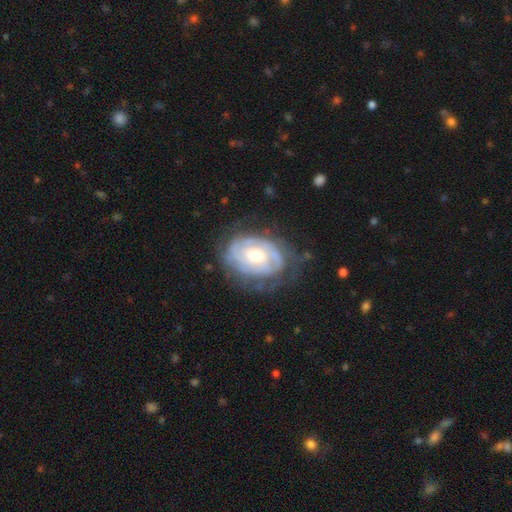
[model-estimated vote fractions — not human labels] The model was most divided on "spiral arm count": can't tell: 42%, 2: 32%, 3: 13%, 1: 5%, 4: 5%, more than 4: 4%. More confident: edge-on disk — no (97%); spiral arms — yes (89%); smooth or featured — featured or disk (82%); spiral winding — tight (67%); bulge size — moderate (66%); merging — none (65%); bar — no (59%).